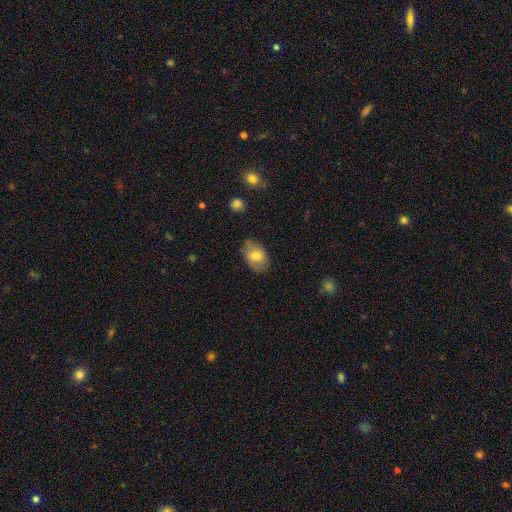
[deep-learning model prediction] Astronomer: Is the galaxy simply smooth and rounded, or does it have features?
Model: smooth — 74%.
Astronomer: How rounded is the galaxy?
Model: in between — 89%.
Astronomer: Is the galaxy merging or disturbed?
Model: none — 82%.